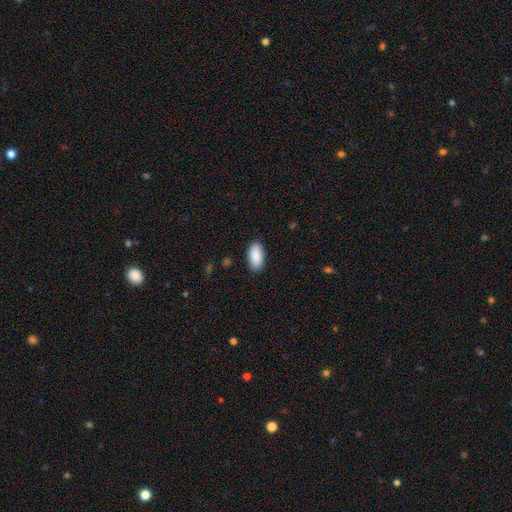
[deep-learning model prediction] Smooth or featured? Predicted: smooth (p=0.90). How rounded? Predicted: in between (p=0.93). Merging? Predicted: none (p=0.88).